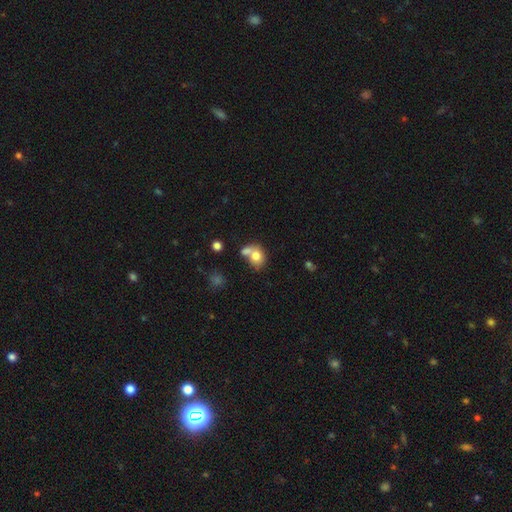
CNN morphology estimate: Smooth or featured?
  - smooth: 75% *
  - featured or disk: 15%
  - star or artifact: 10%
How rounded?
  - round: 58% *
  - in between: 41%
  - cigar-shaped: 1%
Merging?
  - merger: 51% *
  - none: 33%
  - minor disturbance: 11%
  - major disturbance: 5%